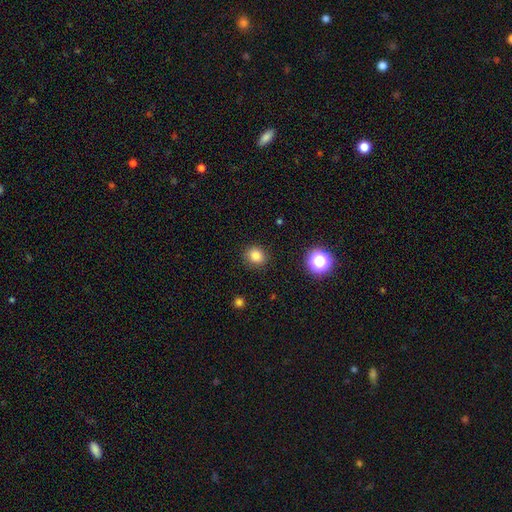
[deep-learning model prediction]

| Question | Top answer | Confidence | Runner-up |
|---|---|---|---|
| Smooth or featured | smooth | 82% | star or artifact (13%) |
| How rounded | round | 79% | in between (20%) |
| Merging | none | 89% | minor disturbance (7%) |